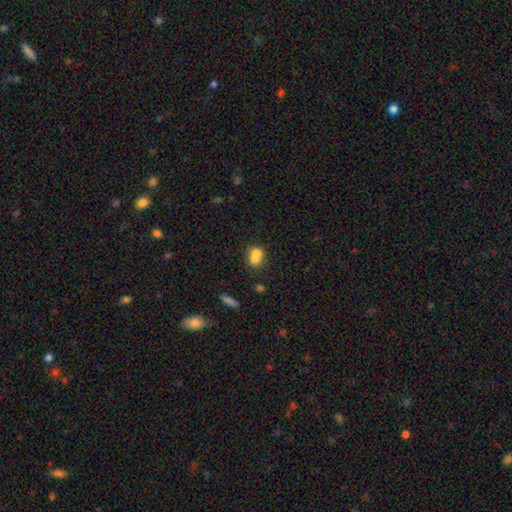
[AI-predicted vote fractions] This is likely a smooth galaxy (71%). How rounded: possibly round (51%). Merging: likely merger (63%).